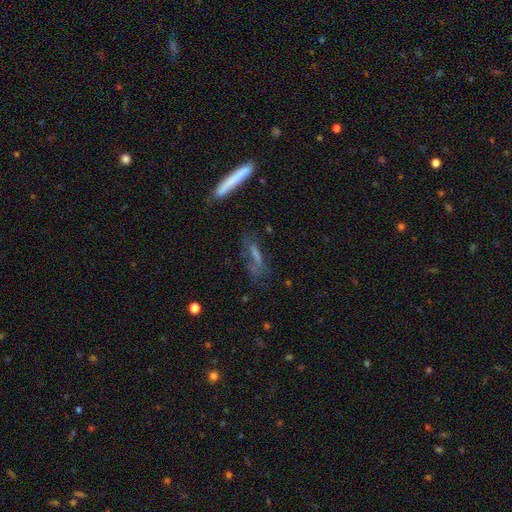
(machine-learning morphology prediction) The model was most divided on "smooth or featured": smooth: 50%, featured or disk: 36%, star or artifact: 14%. More confident: how rounded — cigar-shaped (69%); merging — none (53%).